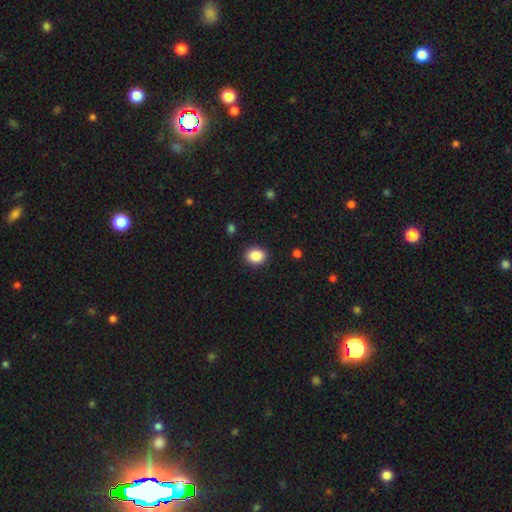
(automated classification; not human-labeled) Smooth or featured? smooth (88%)
How rounded? round (54%)
Merging? none (90%)